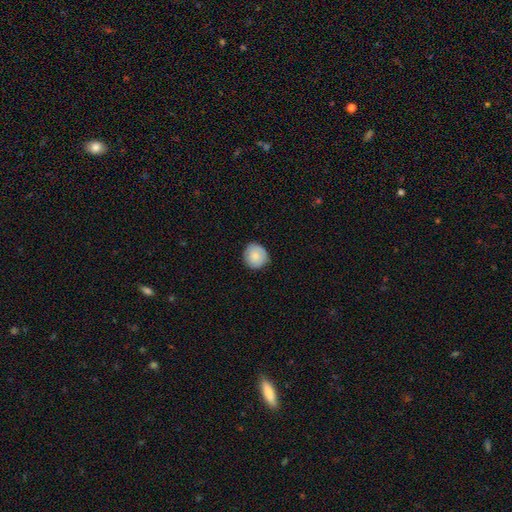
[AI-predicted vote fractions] Smooth or featured: smooth — 83% (featured or disk — 10%)
How rounded: round — 90% (in between — 9%)
Merging: none — 85% (minor disturbance — 12%)